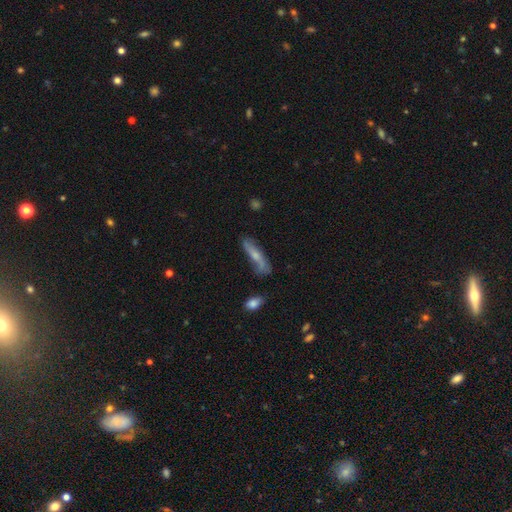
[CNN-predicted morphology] This appears to be a smooth galaxy with no disk features (47%). Merging: none (64%).